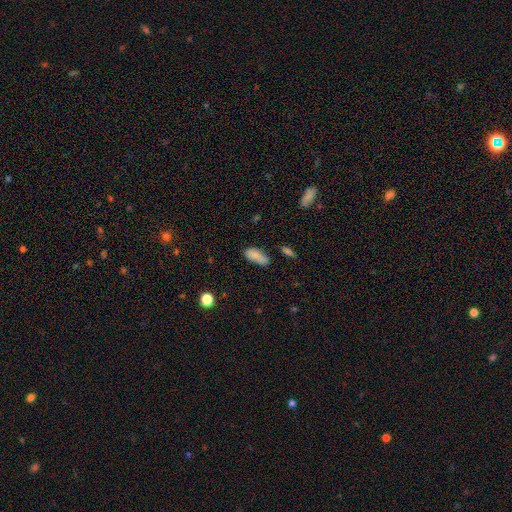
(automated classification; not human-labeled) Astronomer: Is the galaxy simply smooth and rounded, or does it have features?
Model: smooth — 82%.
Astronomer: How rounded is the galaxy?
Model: in between — 82%.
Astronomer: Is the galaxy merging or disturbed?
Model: none — 61%.